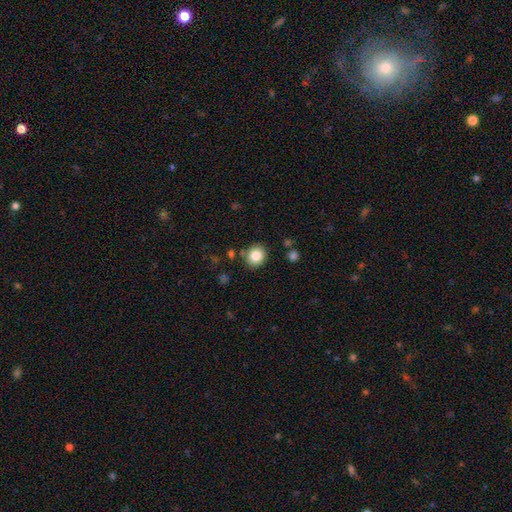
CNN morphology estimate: Smooth or featured? smooth (84%)
How rounded? round (79%)
Merging? none (85%)